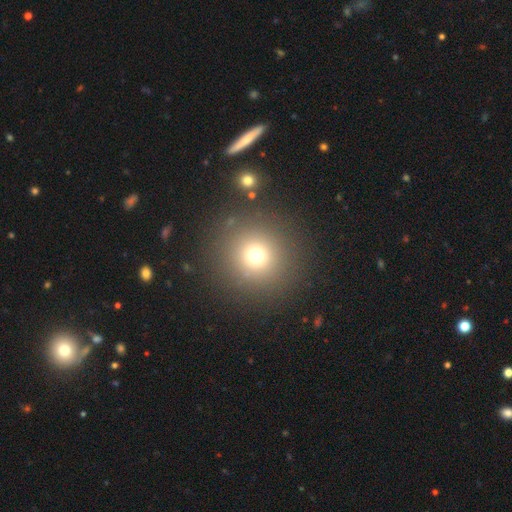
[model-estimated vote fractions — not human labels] smooth-or-featured: smooth: 69% | star or artifact: 21% | featured or disk: 10%
  how-rounded: round: 94% | in between: 5% | cigar-shaped: 1%
  merging: none: 86% | minor disturbance: 6% | major disturbance: 4% | merger: 3%